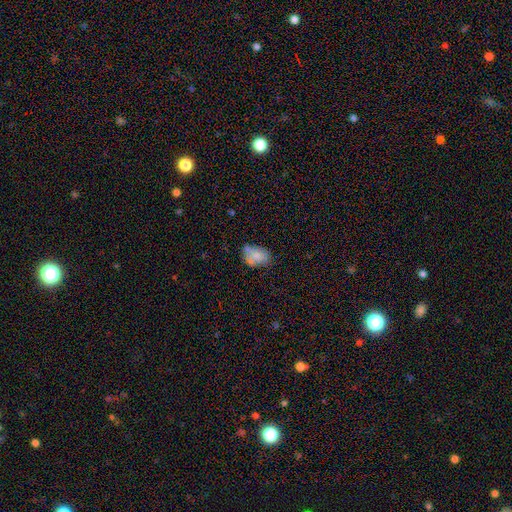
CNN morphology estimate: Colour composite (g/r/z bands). It shows a smooth galaxy with no disk features (70%) that is in between round and cigar-shaped (82%). Merging: none (47%).